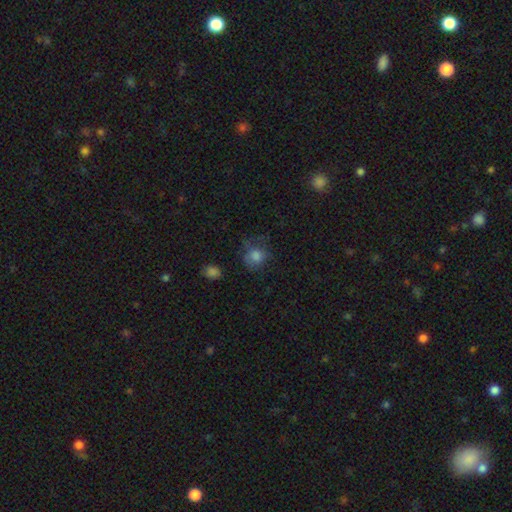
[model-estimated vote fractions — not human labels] smooth 75%, star or artifact 13%, featured or disk 12%. Down the decision tree: how rounded — round (73%); merging — none (49%).